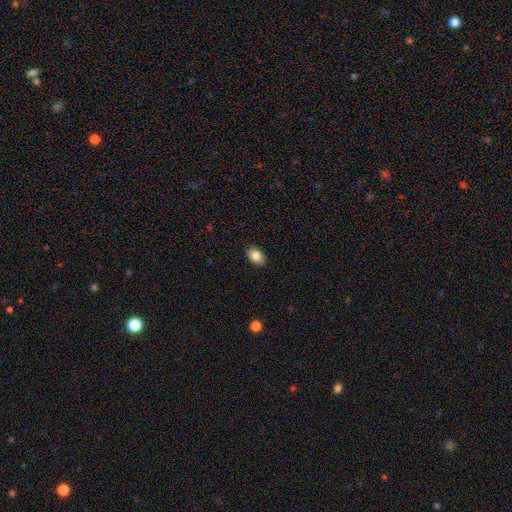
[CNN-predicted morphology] Overall: smooth (83%). How rounded: in between (86%). Merging: none (88%).